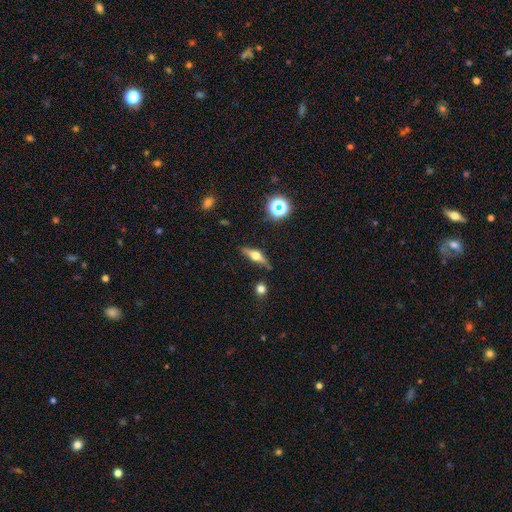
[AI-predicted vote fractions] smooth_or_featured: featured or disk (p=0.63) [alt: smooth p=0.28]
disk_edge_on: yes (p=0.93) [alt: no p=0.07]
edge_on_bulge: rounded (p=0.94) [alt: boxy p=0.04]
merging: none (p=0.82) [alt: minor disturbance p=0.12]